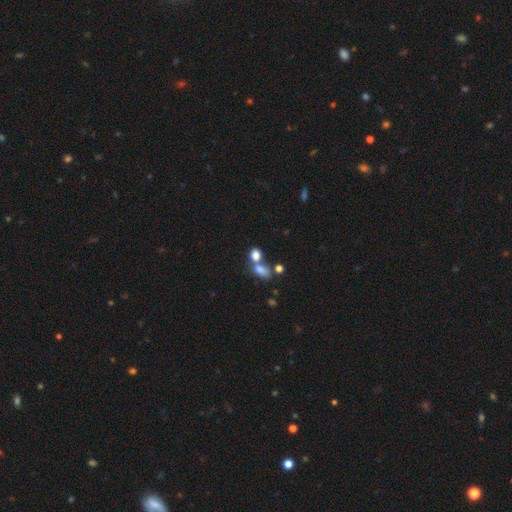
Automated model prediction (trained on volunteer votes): Smooth or featured: smooth — 78% (star or artifact — 13%)
How rounded: in between — 58% (round — 40%)
Merging: merger — 47% (none — 38%)